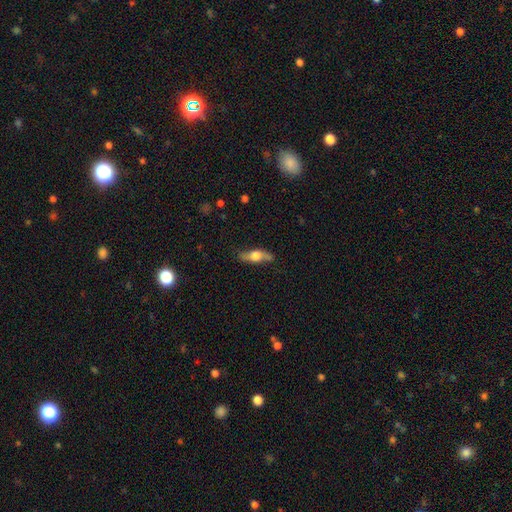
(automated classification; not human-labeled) Morphology: type=featured or disk (50%); edge-on=yes (69%); merging=none (78%).